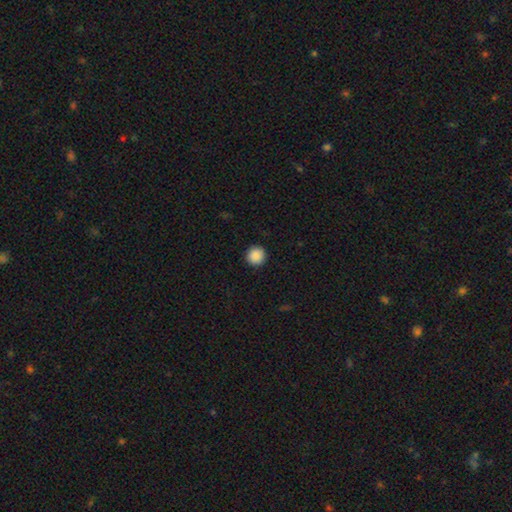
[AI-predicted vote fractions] Smooth or featured?
  - smooth: 89% *
  - star or artifact: 9%
  - featured or disk: 2%
How rounded?
  - round: 95% *
  - in between: 4%
  - cigar-shaped: 1%
Merging?
  - none: 93% *
  - minor disturbance: 5%
  - major disturbance: 2%
  - merger: 1%